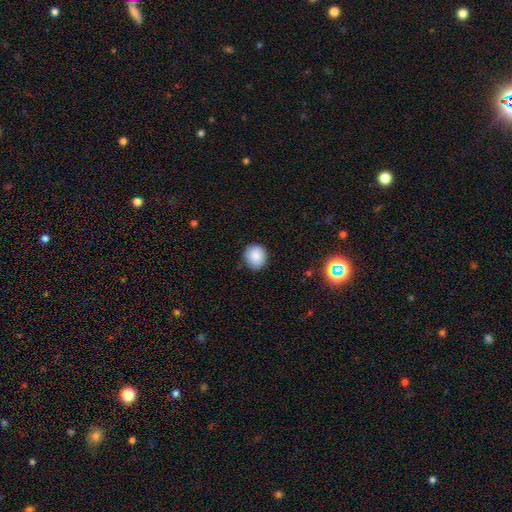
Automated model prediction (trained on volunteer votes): Smooth or featured?
  - smooth: 87% *
  - star or artifact: 9%
  - featured or disk: 5%
How rounded?
  - round: 82% *
  - in between: 17%
  - cigar-shaped: 1%
Merging?
  - none: 86% *
  - minor disturbance: 10%
  - major disturbance: 2%
  - merger: 1%